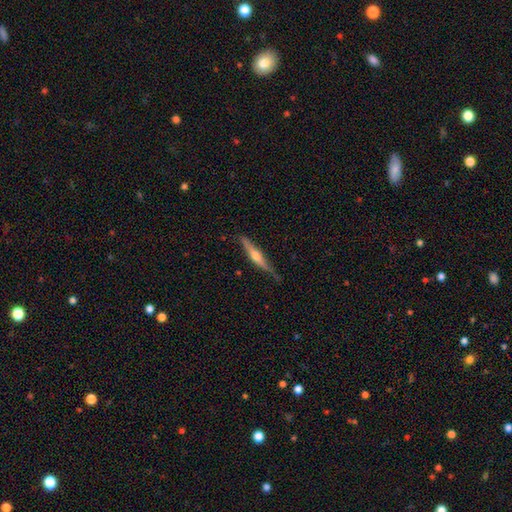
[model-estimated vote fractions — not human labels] Smooth or featured? Predicted: featured or disk (p=0.71). Edge-on disk? Predicted: yes (p=0.97). Edge-on bulge? Predicted: rounded (p=0.91). Merging? Predicted: none (p=0.78).